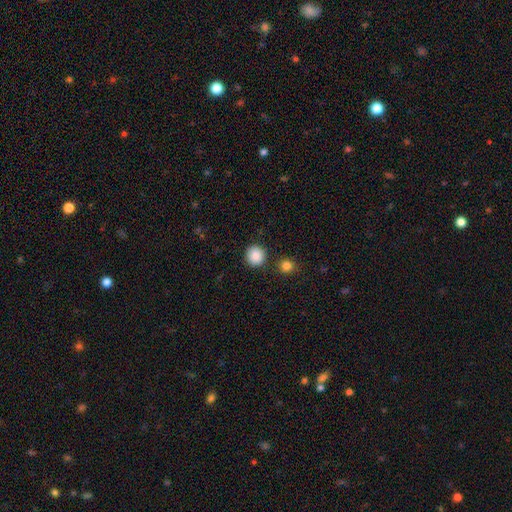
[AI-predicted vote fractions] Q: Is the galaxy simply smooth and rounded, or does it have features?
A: smooth — 88%.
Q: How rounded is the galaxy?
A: round — 91%.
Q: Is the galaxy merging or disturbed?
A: none — 88%.